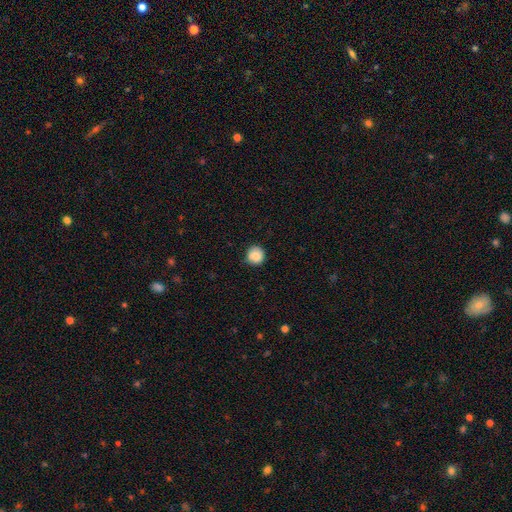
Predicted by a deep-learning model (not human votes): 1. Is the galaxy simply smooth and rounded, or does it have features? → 83% smooth, 9% star or artifact, 8% featured or disk.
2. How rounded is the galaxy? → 92% round, 7% in between, 1% cigar-shaped.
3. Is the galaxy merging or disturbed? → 80% none, 16% minor disturbance, 3% major disturbance, 2% merger.